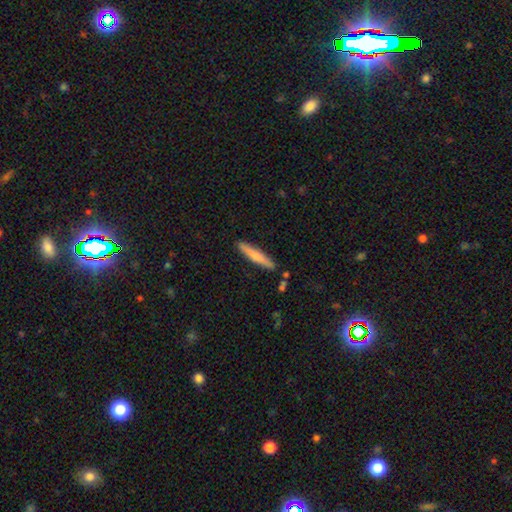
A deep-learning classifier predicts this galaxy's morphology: Smooth or featured?
  - smooth: 70% *
  - featured or disk: 25%
  - star or artifact: 5%
How rounded?
  - cigar-shaped: 92% *
  - in between: 6%
  - round: 1%
Merging?
  - none: 88% *
  - minor disturbance: 9%
  - merger: 2%
  - major disturbance: 2%